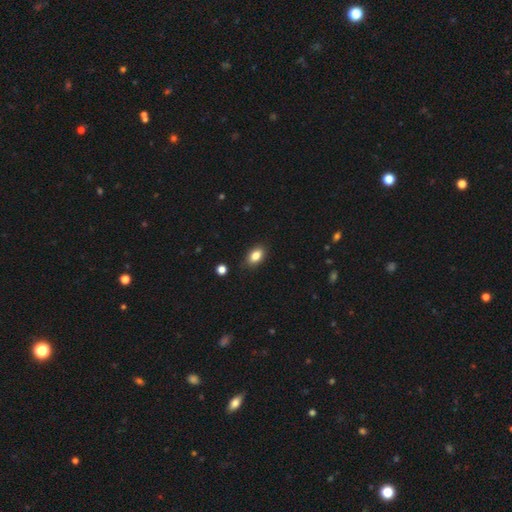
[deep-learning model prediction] Smooth or featured?
  - smooth: 84% *
  - star or artifact: 9%
  - featured or disk: 7%
How rounded?
  - in between: 87% *
  - round: 11%
  - cigar-shaped: 2%
Merging?
  - none: 85% *
  - minor disturbance: 12%
  - major disturbance: 2%
  - merger: 1%